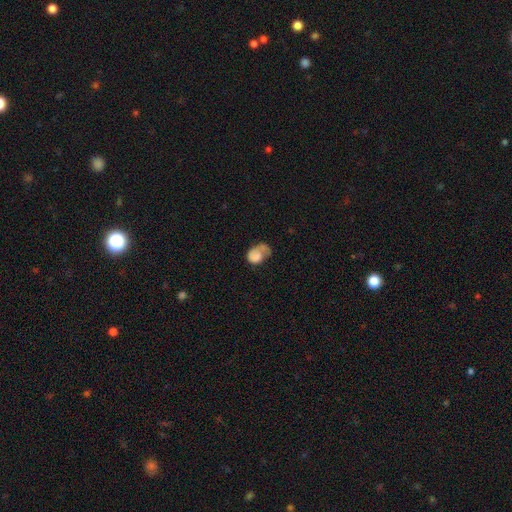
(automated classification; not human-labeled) Smooth or featured? smooth (59%)
How rounded? in between (69%)
Merging? major disturbance (44%)